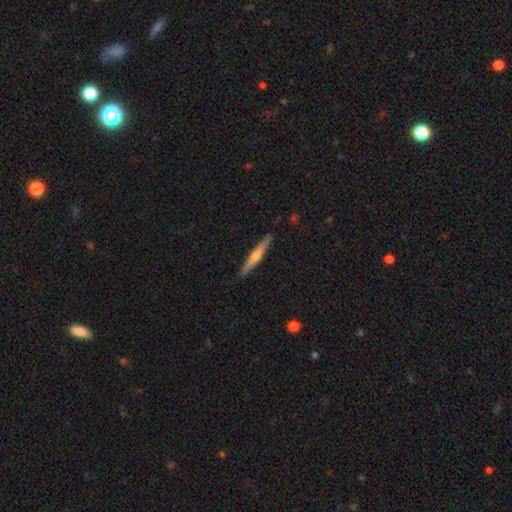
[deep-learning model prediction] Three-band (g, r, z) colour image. It shows a featured or disk galaxy (60%) viewed edge-on (97%) with a rounded central bulge (77%). Merging: none (91%).